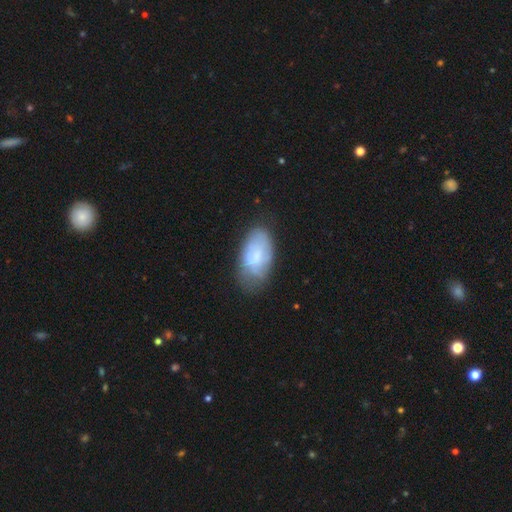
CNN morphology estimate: smooth-or-featured: smooth: 61% | featured or disk: 31% | star or artifact: 8%
  how-rounded: in between: 94% | round: 4% | cigar-shaped: 2%
  merging: none: 60% | minor disturbance: 29% | major disturbance: 9% | merger: 2%